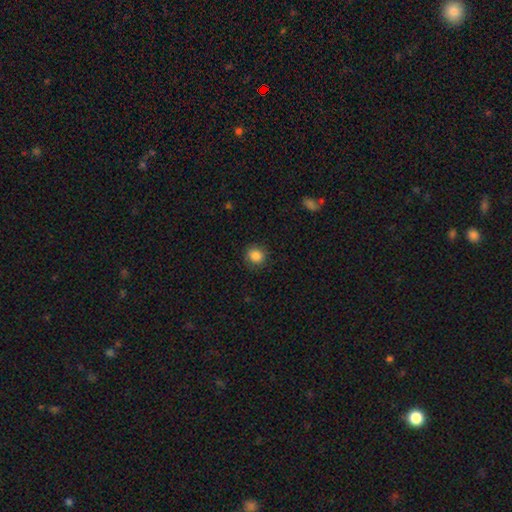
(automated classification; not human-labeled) Q: Smooth or featured?
A: smooth (86%); runner-up: star or artifact (10%)
Q: How rounded?
A: round (82%); runner-up: in between (18%)
Q: Merging?
A: none (84%); runner-up: minor disturbance (12%)